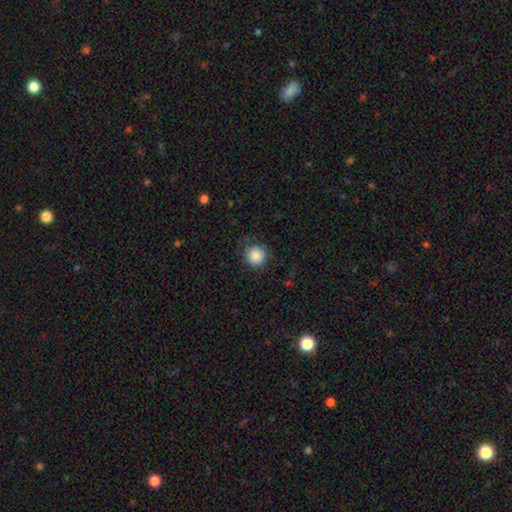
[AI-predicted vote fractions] Morphology: type=smooth (87%); roundness=round (94%); merging=none (84%).